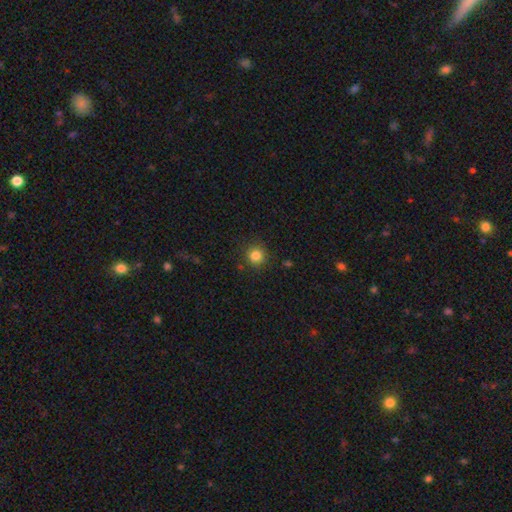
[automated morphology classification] A smooth galaxy with no disk features (83%) that is round (93%).

Vote fractions:
- Smooth or featured? smooth: 83% / star or artifact: 12% / featured or disk: 5%
- How rounded? round: 93% / in between: 6% / cigar-shaped: 1%
- Merging? none: 88% / minor disturbance: 8% / major disturbance: 2% / merger: 2%